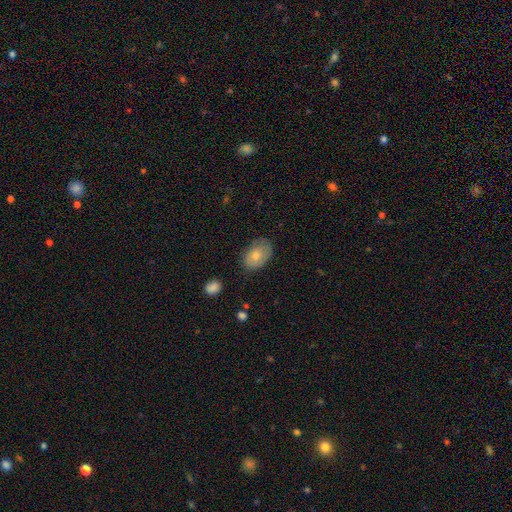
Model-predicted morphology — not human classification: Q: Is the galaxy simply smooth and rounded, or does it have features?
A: smooth — 66%.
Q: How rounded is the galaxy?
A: in between — 84%.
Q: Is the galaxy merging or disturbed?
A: none — 75%.